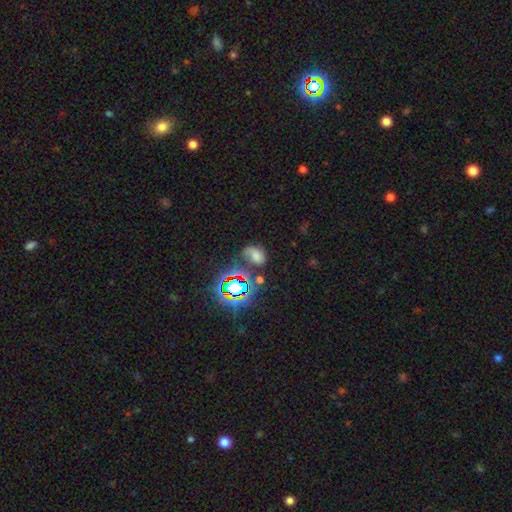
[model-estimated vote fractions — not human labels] smooth 54%, star or artifact 28%, featured or disk 18%. Down the decision tree: how rounded — in between (76%); merging — none (50%).